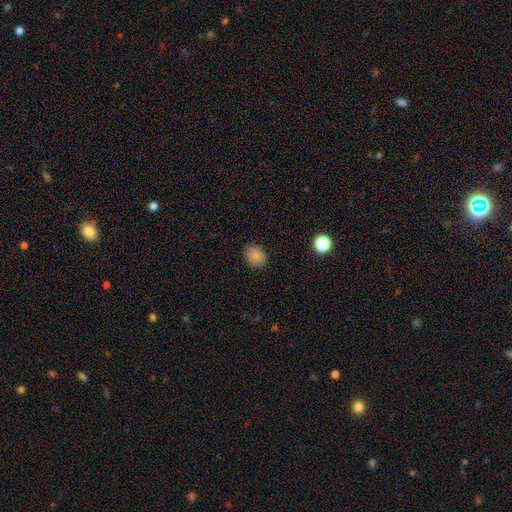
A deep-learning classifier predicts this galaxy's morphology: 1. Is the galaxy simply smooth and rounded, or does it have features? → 82% smooth, 10% star or artifact, 7% featured or disk.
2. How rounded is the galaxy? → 51% round, 48% in between, 1% cigar-shaped.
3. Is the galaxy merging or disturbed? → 87% none, 10% minor disturbance, 2% major disturbance, 1% merger.